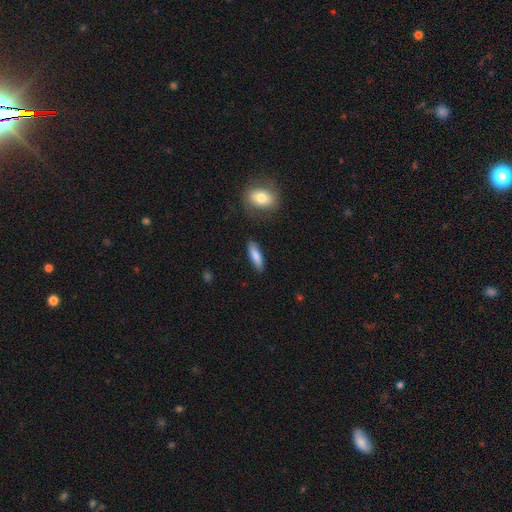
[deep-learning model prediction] A smooth galaxy with no disk features (82%) that is cigar-shaped (58%). Merging: none (84%).